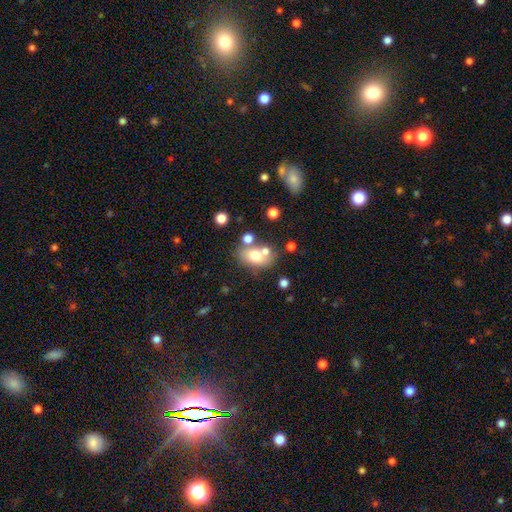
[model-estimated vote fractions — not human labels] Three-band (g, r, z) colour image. It shows a smooth galaxy with no disk features (68%) that is in between round and cigar-shaped (72%). Merging: none (58%).